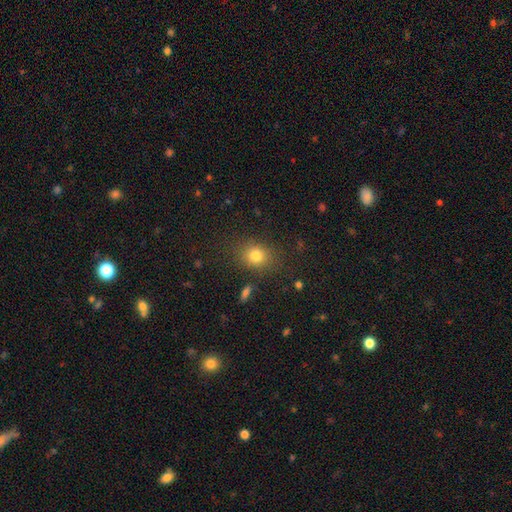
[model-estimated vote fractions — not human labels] Morphology: type=smooth (79%); roundness=round (60%); merging=none (81%).